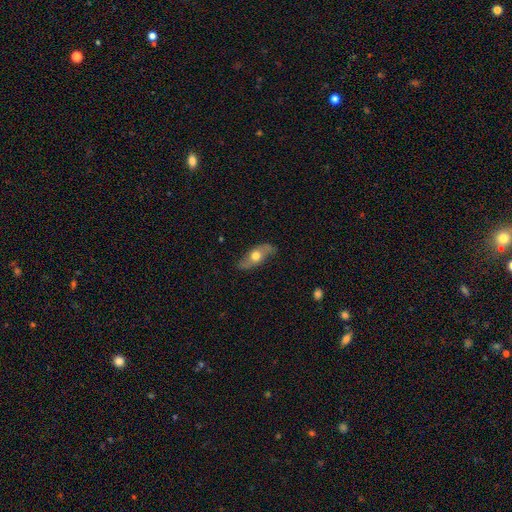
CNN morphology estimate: This appears to be a smooth galaxy with no disk features (48%). Merging: none (78%).